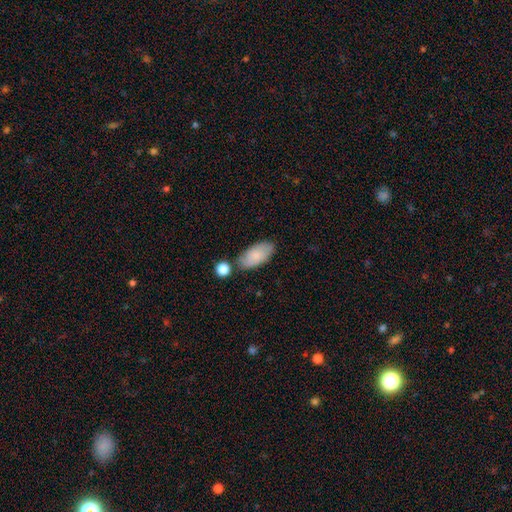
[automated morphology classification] Smooth or featured? Predicted: smooth (p=0.77). How rounded? Predicted: in between (p=0.93). Merging? Predicted: none (p=0.72).